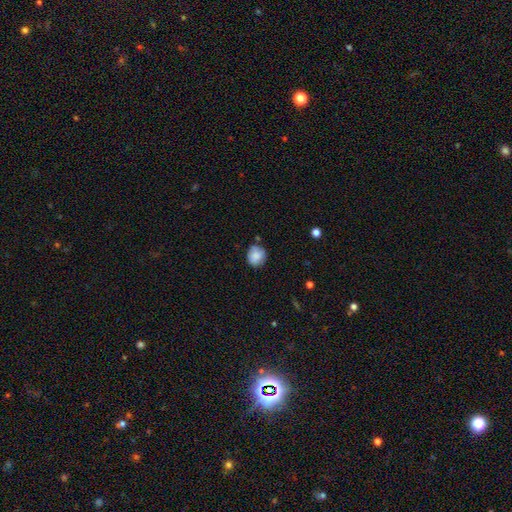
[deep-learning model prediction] Q: Smooth or featured?
A: smooth (83%); runner-up: featured or disk (9%)
Q: How rounded?
A: round (75%); runner-up: in between (24%)
Q: Merging?
A: none (71%); runner-up: minor disturbance (21%)